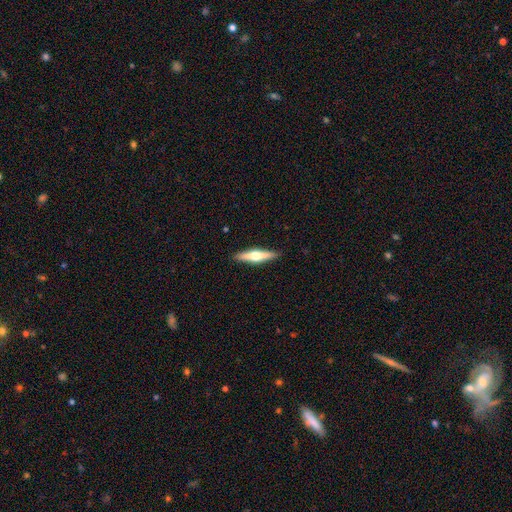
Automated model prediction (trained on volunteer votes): This appears to be a featured or disk galaxy (60%) viewed edge-on (97%) with a rounded central bulge (95%). Merging: none (91%).